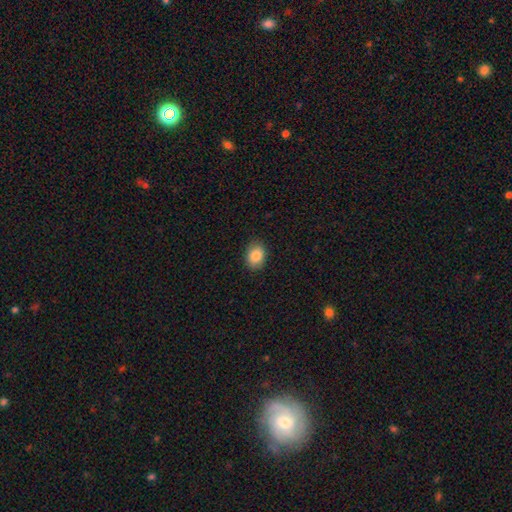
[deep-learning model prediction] This is clearly a smooth galaxy (85%). How rounded: likely in between (61%). Merging: clearly none (87%).